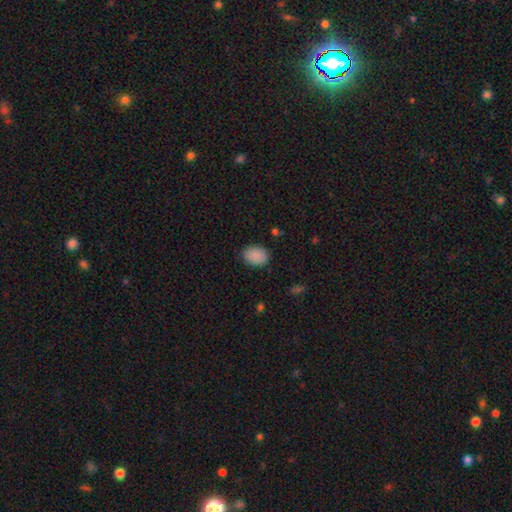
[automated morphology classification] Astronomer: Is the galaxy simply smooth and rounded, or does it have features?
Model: smooth — 89%.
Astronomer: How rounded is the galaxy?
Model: in between — 70%.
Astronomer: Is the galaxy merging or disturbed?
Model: none — 85%.